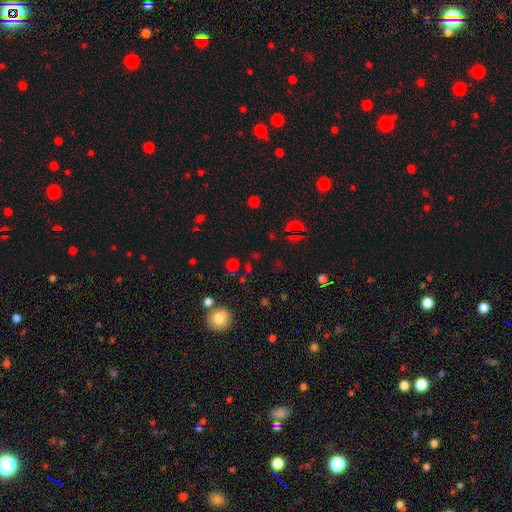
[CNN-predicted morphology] Smooth or featured? smooth (47%)
Merging? none (70%)